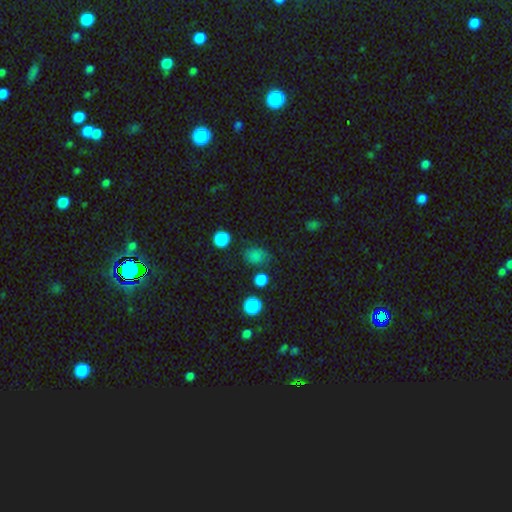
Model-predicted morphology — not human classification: smooth 77%, star or artifact 17%, featured or disk 6%. Down the decision tree: how rounded — in between (49%, tied with round); merging — none (64%).